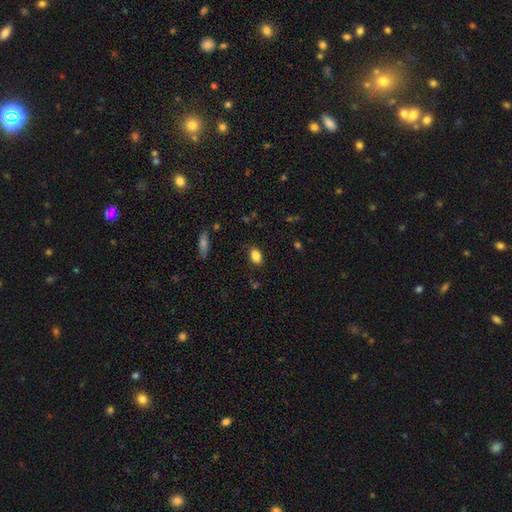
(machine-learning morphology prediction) This appears to be a smooth galaxy with no disk features (85%) that is in between round and cigar-shaped (84%). Merging: none (83%).